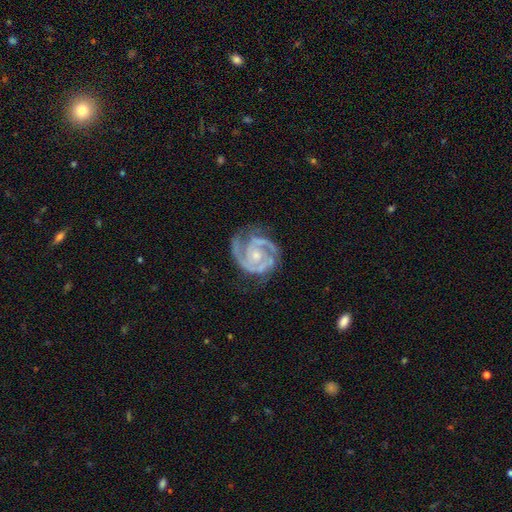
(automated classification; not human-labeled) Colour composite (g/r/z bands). It shows a featured or disk galaxy (92%) with no bar (67%), 2 (62%) tight (62%) spiral arms (98%) and a small central bulge (53%). Merging: none (69%).